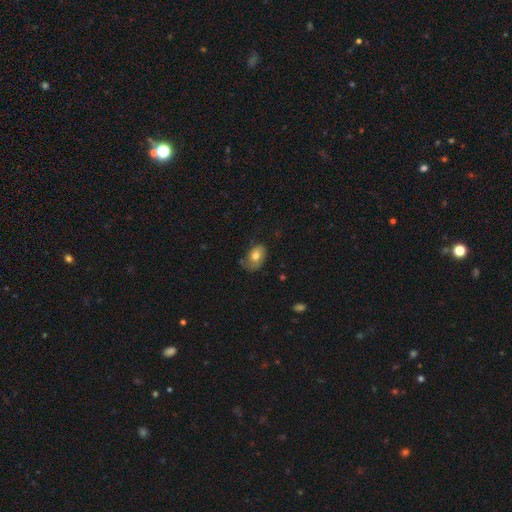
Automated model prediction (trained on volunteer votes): This is likely a smooth galaxy (70%). How rounded: clearly in between (85%). Merging: possibly none (57%).